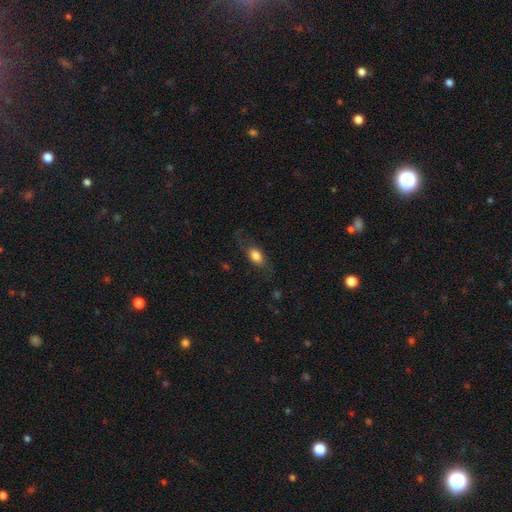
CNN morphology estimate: smooth 74%, featured or disk 19%, star or artifact 8%. Down the decision tree: how rounded — in between (80%); merging — none (67%).